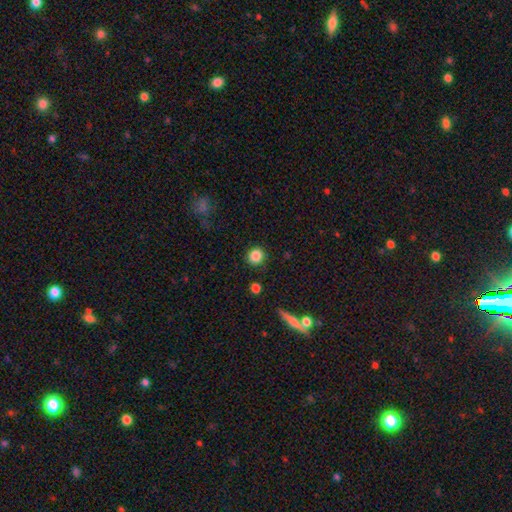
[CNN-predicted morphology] smooth-or-featured: smooth: 85% | star or artifact: 11% | featured or disk: 4%
  how-rounded: round: 91% | in between: 8% | cigar-shaped: 1%
  merging: none: 89% | minor disturbance: 7% | major disturbance: 2% | merger: 2%